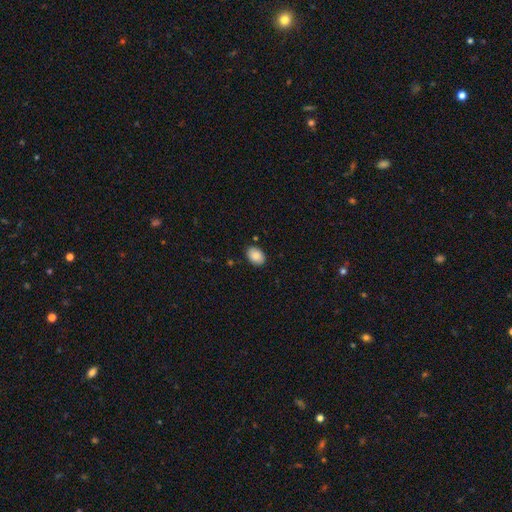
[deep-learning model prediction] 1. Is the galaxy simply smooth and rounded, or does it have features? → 87% smooth, 7% star or artifact, 6% featured or disk.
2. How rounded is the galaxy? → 79% in between, 20% round, 1% cigar-shaped.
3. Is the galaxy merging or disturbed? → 86% none, 10% minor disturbance, 2% major disturbance, 2% merger.